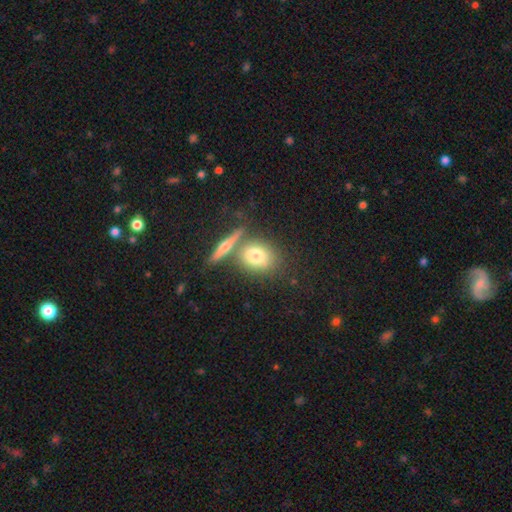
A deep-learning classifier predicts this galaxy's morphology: Q: Smooth or featured?
A: smooth (72%); runner-up: featured or disk (19%)
Q: How rounded?
A: round (50%); runner-up: in between (45%)
Q: Merging?
A: none (61%); runner-up: merger (24%)